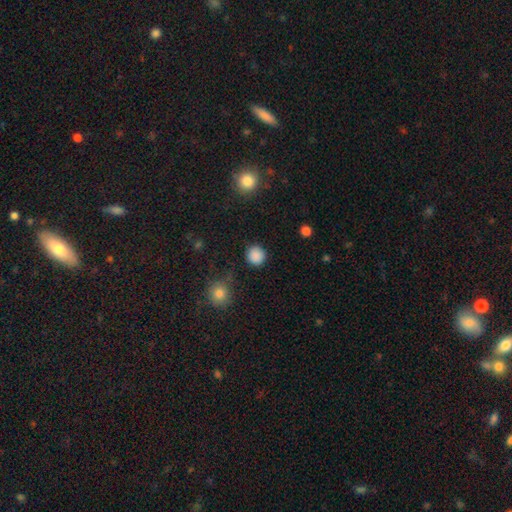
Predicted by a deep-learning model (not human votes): Morphology: type=smooth (87%); roundness=round (93%); merging=none (88%).